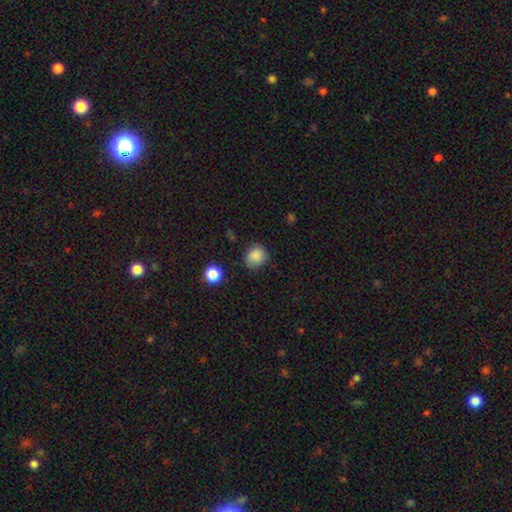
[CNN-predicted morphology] Smooth or featured?
  - smooth: 86% *
  - star or artifact: 10%
  - featured or disk: 4%
How rounded?
  - round: 76% *
  - in between: 24%
  - cigar-shaped: 1%
Merging?
  - none: 76% *
  - minor disturbance: 18%
  - major disturbance: 4%
  - merger: 2%